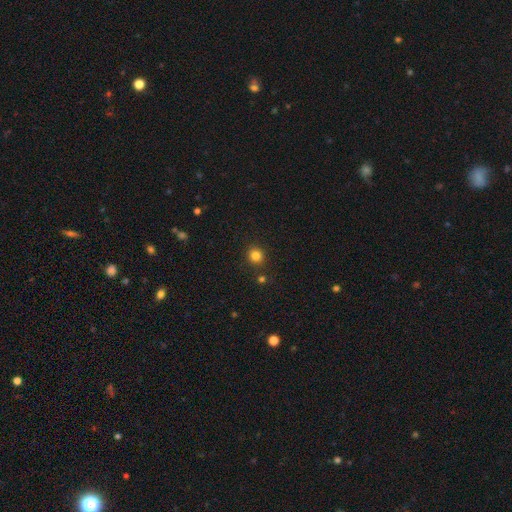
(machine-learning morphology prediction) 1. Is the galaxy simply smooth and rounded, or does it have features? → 81% smooth, 14% star or artifact, 5% featured or disk.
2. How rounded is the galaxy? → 89% round, 10% in between, 1% cigar-shaped.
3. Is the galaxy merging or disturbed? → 88% none, 6% minor disturbance, 3% merger, 2% major disturbance.